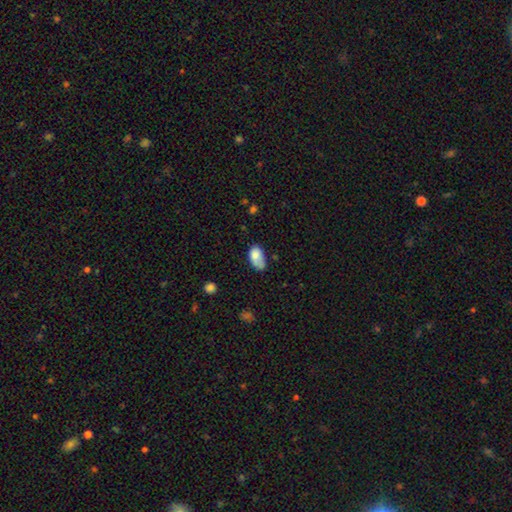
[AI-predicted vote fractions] Smooth or featured?
  - smooth: 79% *
  - featured or disk: 14%
  - star or artifact: 8%
How rounded?
  - in between: 92% *
  - round: 6%
  - cigar-shaped: 2%
Merging?
  - none: 40% *
  - minor disturbance: 39%
  - major disturbance: 14%
  - merger: 7%